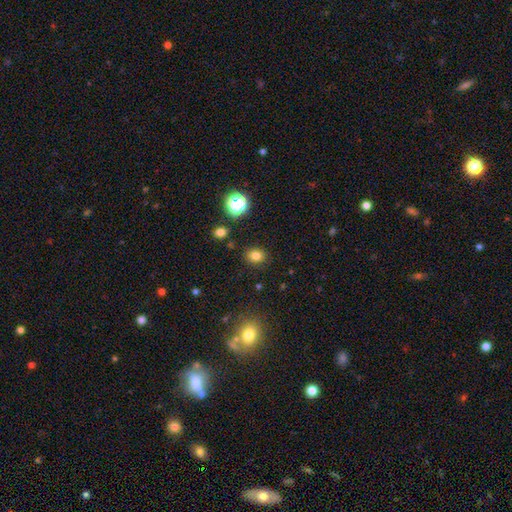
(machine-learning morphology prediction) This is likely a smooth galaxy (77%). How rounded: possibly round (54%). Merging: clearly none (86%).